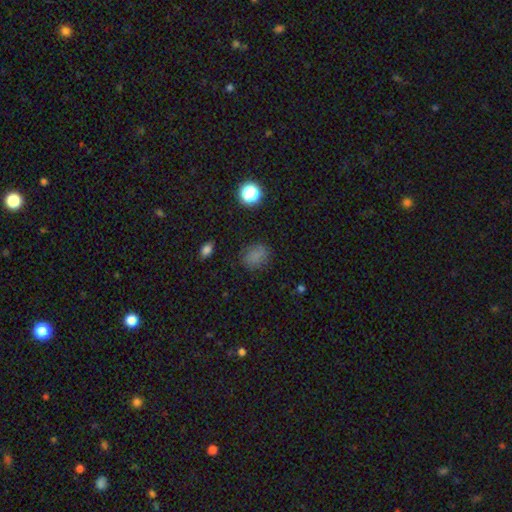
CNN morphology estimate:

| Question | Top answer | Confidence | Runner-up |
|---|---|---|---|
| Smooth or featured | smooth | 76% | star or artifact (16%) |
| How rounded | in between | 51% | round (48%) |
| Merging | none | 77% | minor disturbance (16%) |